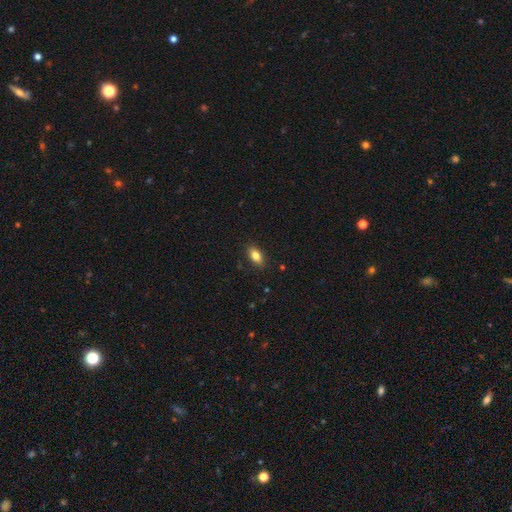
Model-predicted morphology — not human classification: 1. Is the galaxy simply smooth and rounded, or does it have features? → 83% smooth, 9% featured or disk, 8% star or artifact.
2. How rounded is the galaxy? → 89% in between, 6% round, 5% cigar-shaped.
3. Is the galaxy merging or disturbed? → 87% none, 10% minor disturbance, 2% major disturbance, 1% merger.